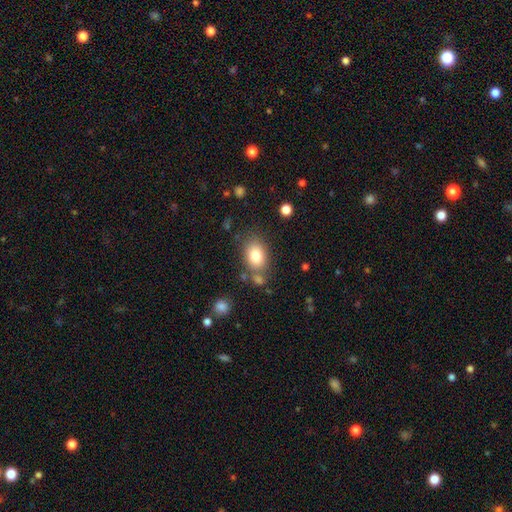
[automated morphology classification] smooth_or_featured: smooth (p=0.81) [alt: featured or disk p=0.10]
how_rounded: in between (p=0.70) [alt: round p=0.29]
merging: none (p=0.70) [alt: minor disturbance p=0.14]